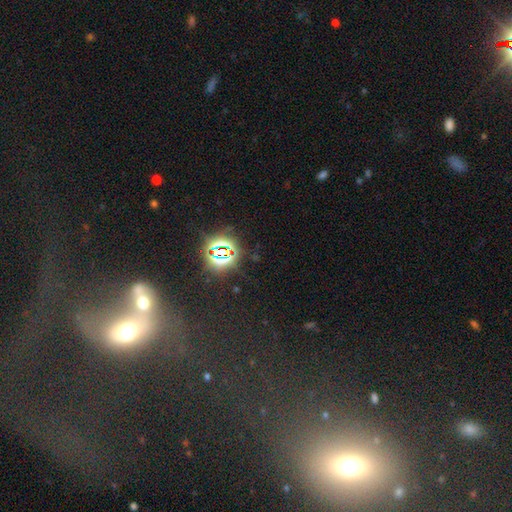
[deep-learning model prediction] smooth_or_featured: star or artifact (p=0.58) [alt: smooth p=0.26]